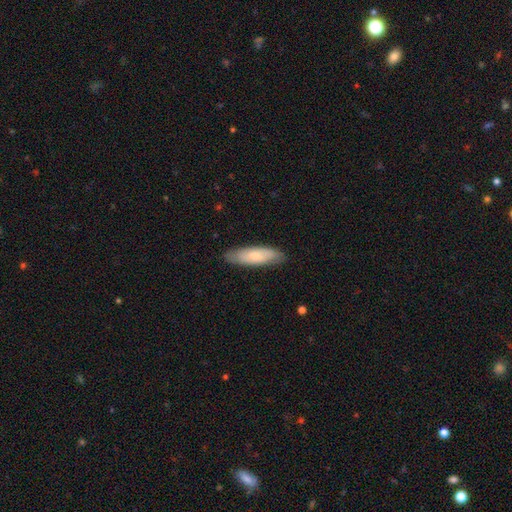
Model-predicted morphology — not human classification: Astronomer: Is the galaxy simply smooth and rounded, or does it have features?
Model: smooth — 71%.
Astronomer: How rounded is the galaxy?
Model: cigar-shaped — 54% (runner-up: in between, 44%).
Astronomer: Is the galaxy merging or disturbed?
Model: none — 85%.